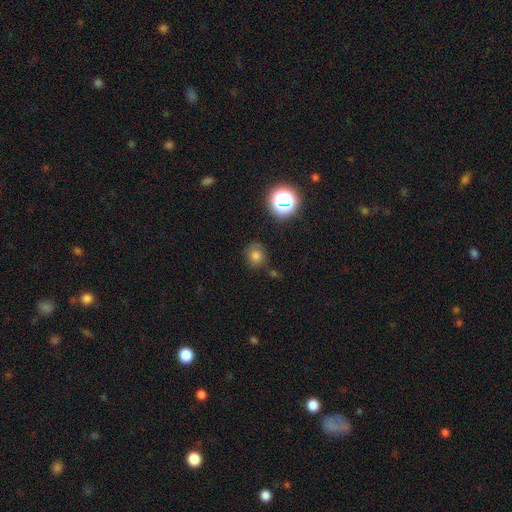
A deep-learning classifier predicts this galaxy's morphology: smooth_or_featured: smooth (p=0.72) [alt: star or artifact p=0.20]
how_rounded: round (p=0.77) [alt: in between p=0.22]
merging: none (p=0.74) [alt: minor disturbance p=0.17]